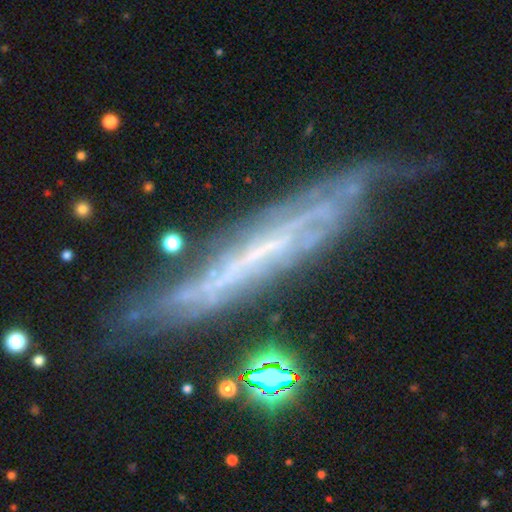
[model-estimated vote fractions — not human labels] A featured or disk galaxy (74%) viewed edge-on (67%).

Vote fractions:
- Smooth or featured? featured or disk: 74% / smooth: 16% / star or artifact: 10%
- Edge-on disk? yes: 67% / no: 33%
- Merging? none: 61% / minor disturbance: 25% / major disturbance: 11% / merger: 3%